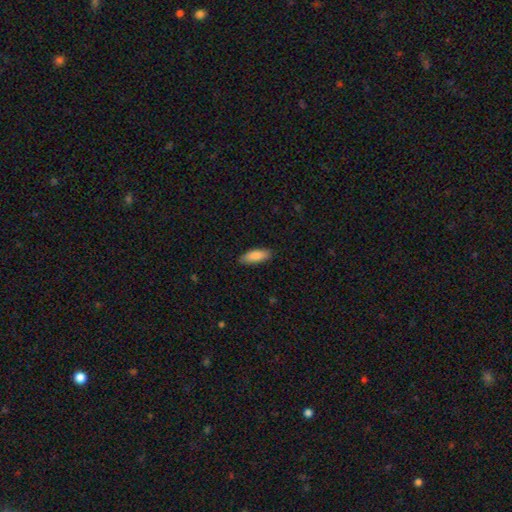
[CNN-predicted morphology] Smooth or featured? smooth (87%)
How rounded? in between (72%)
Merging? none (85%)